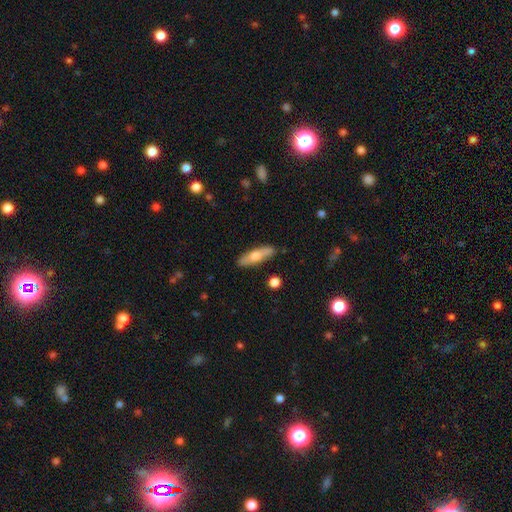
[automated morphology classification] Smooth or featured? smooth (56%)
How rounded? cigar-shaped (71%)
Merging? none (87%)